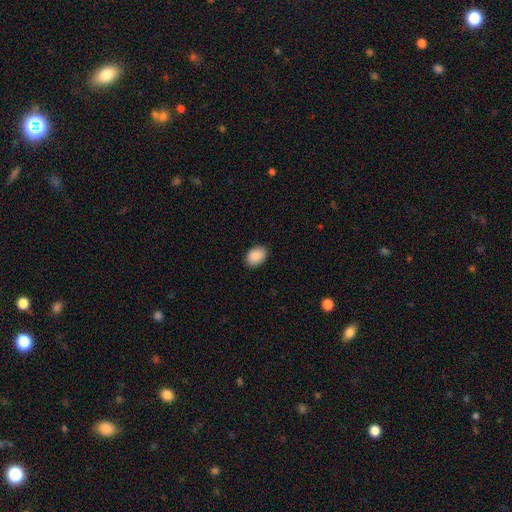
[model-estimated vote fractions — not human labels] Smooth or featured? smooth (89%)
How rounded? in between (78%)
Merging? none (89%)